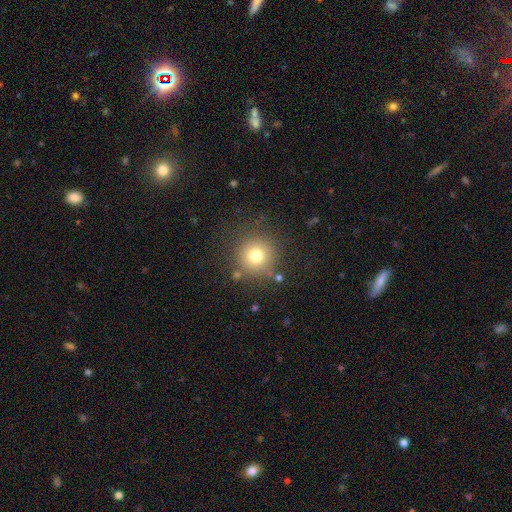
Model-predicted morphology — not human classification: type=smooth (74%); roundness=round (95%); merging=none (84%).